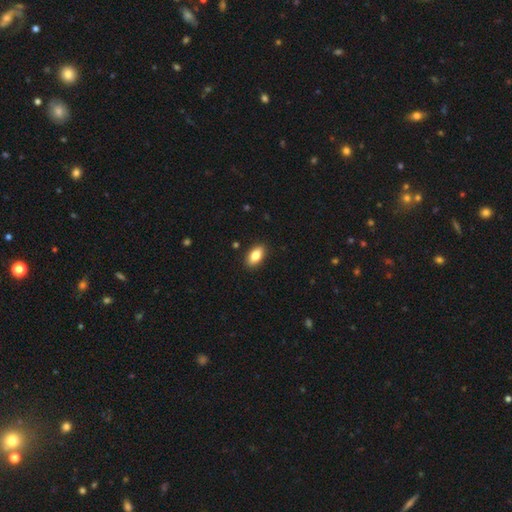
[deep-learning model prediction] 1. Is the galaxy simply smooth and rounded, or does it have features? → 81% smooth, 12% featured or disk, 7% star or artifact.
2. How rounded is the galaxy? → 89% in between, 6% cigar-shaped, 4% round.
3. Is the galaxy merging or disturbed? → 89% none, 8% minor disturbance, 2% major disturbance, 1% merger.